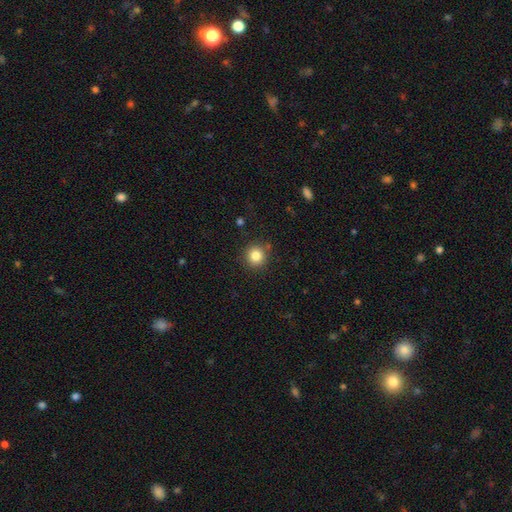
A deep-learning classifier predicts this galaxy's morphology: Overall: smooth (84%). How rounded: round (93%). Merging: none (88%).